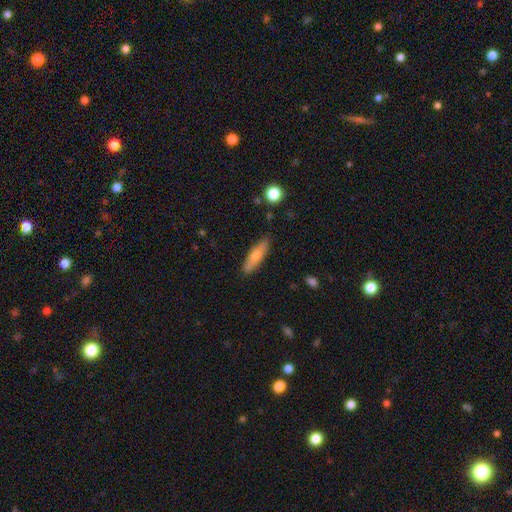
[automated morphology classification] Smooth or featured?
  - smooth: 70% *
  - featured or disk: 23%
  - star or artifact: 6%
How rounded?
  - cigar-shaped: 64% *
  - in between: 34%
  - round: 2%
Merging?
  - none: 83% *
  - minor disturbance: 13%
  - major disturbance: 2%
  - merger: 2%